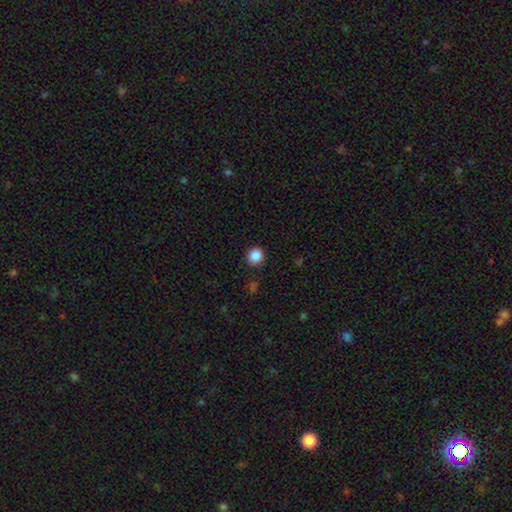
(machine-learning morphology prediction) The model was most divided on "smooth or featured": smooth: 86%, star or artifact: 10%, featured or disk: 3%. More confident: how rounded — round (91%); merging — none (90%).